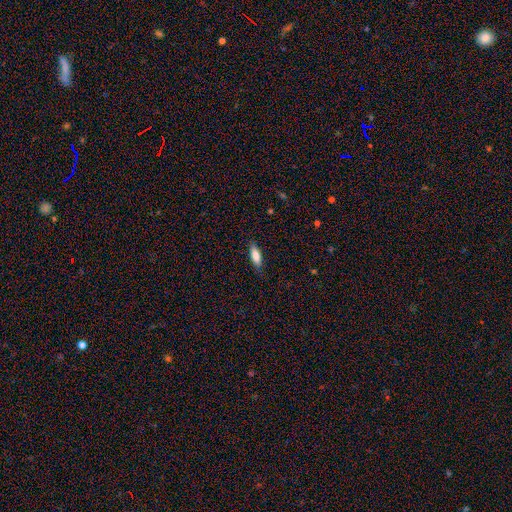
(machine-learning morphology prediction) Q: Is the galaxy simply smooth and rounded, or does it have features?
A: smooth — 79%.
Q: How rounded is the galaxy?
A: in between — 57%.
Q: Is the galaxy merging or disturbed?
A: none — 85%.